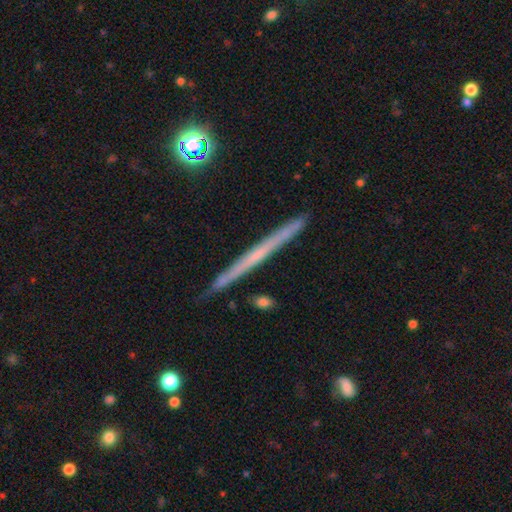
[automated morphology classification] Q: Smooth or featured?
A: featured or disk (56%); runner-up: smooth (37%)
Q: Edge-on disk?
A: yes (97%); runner-up: no (3%)
Q: Edge-on bulge?
A: none (87%); runner-up: rounded (9%)
Q: Merging?
A: none (90%); runner-up: minor disturbance (8%)